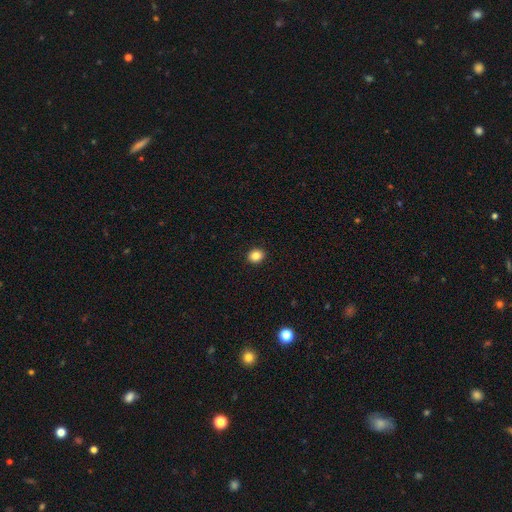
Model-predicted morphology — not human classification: Smooth or featured? Predicted: smooth (p=0.85). How rounded? Predicted: round (p=0.66). Merging? Predicted: none (p=0.92).